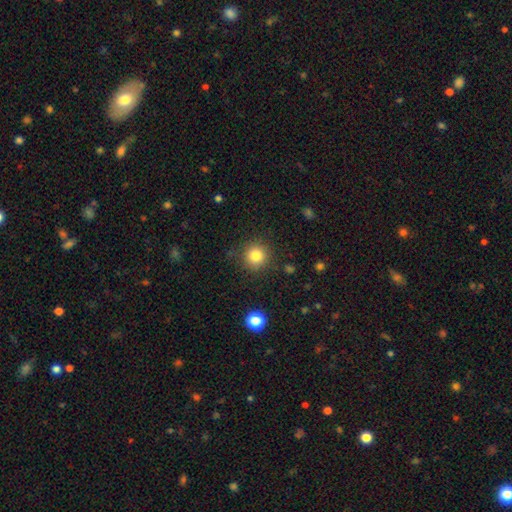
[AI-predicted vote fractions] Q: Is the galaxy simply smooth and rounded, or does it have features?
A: smooth — 82%.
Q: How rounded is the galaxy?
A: round — 94%.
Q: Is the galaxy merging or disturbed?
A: none — 87%.